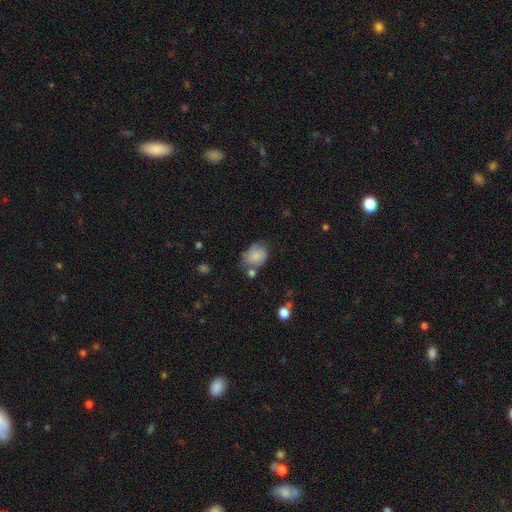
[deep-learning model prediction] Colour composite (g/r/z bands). It shows a smooth galaxy with no disk features (71%) that is in between round and cigar-shaped (62%). Merging: none (49%).